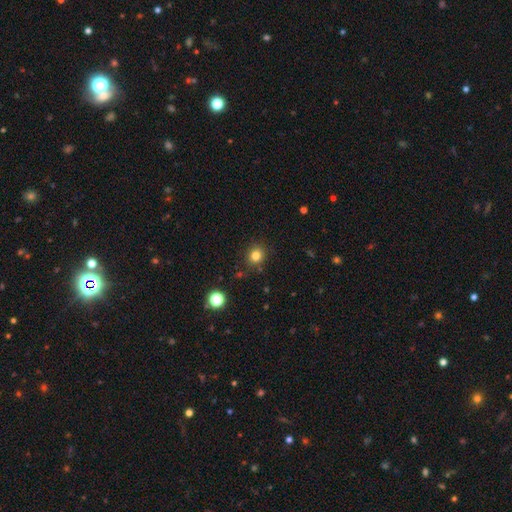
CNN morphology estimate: A smooth galaxy with no disk features (80%) that is round (85%).

Vote fractions:
- Smooth or featured? smooth: 80% / star or artifact: 14% / featured or disk: 6%
- How rounded? round: 85% / in between: 15% / cigar-shaped: 1%
- Merging? none: 86% / minor disturbance: 9% / major disturbance: 3% / merger: 2%